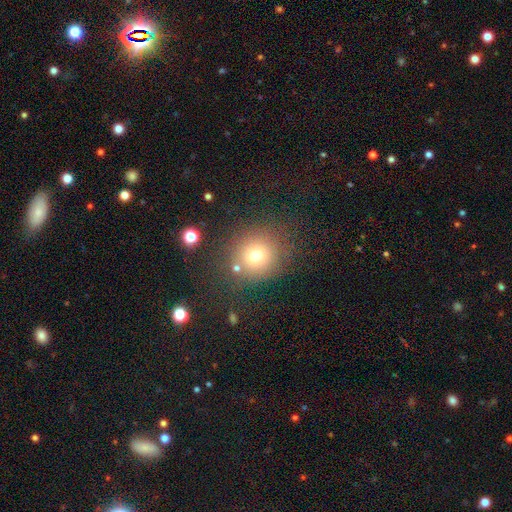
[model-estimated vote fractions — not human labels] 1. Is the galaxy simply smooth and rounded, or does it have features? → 72% smooth, 17% star or artifact, 11% featured or disk.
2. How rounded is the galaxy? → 86% round, 13% in between, 1% cigar-shaped.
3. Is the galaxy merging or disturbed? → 77% none, 11% minor disturbance, 6% major disturbance, 5% merger.